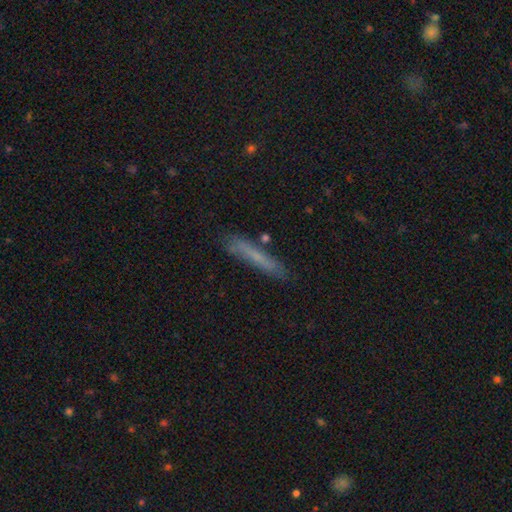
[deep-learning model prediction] A smooth galaxy with no disk features (63%) that is cigar-shaped (94%). Merging: none (79%).